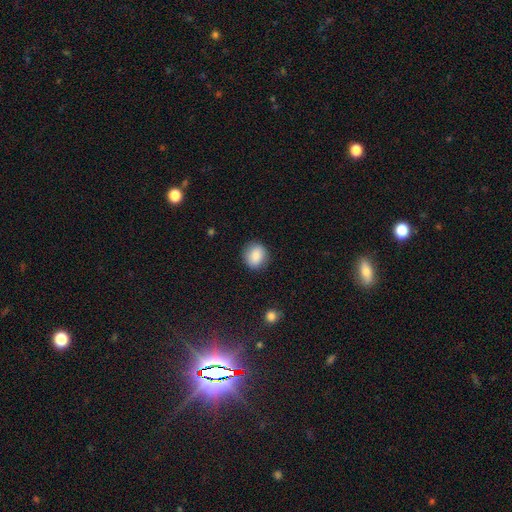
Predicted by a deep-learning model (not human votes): Overall: smooth (85%). How rounded: round (76%). Merging: none (87%).